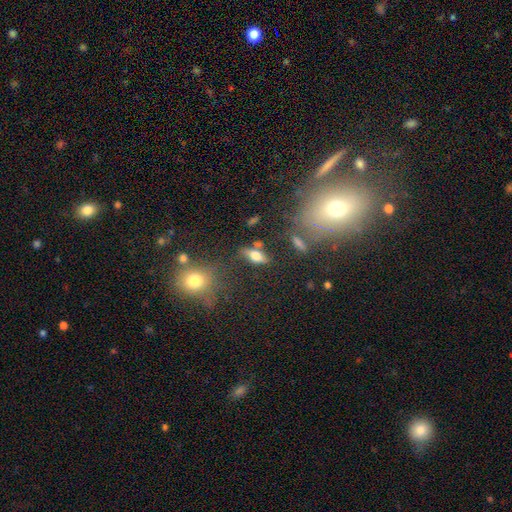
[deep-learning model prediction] Smooth or featured: smooth — 58% (featured or disk — 31%)
How rounded: in between — 73% (cigar-shaped — 20%)
Merging: none — 62% (minor disturbance — 19%)